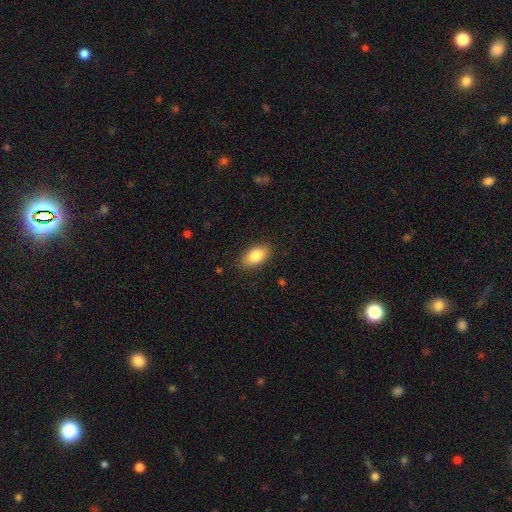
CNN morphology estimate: This is clearly a smooth galaxy (84%). How rounded: clearly in between (91%). Merging: clearly none (87%).